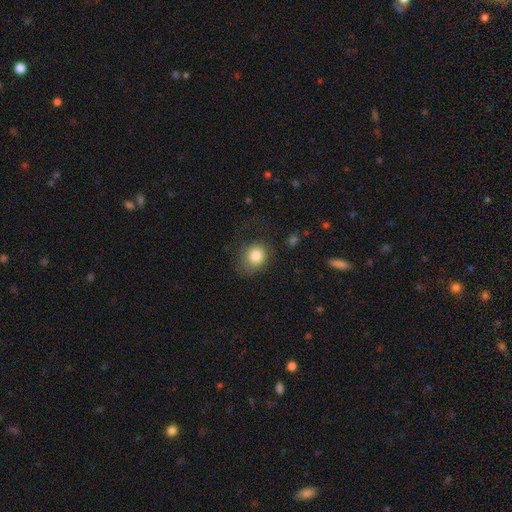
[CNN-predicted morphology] smooth-or-featured: smooth: 82% | star or artifact: 9% | featured or disk: 8%
  how-rounded: round: 73% | in between: 26% | cigar-shaped: 1%
  merging: none: 65% | minor disturbance: 21% | major disturbance: 12% | merger: 2%